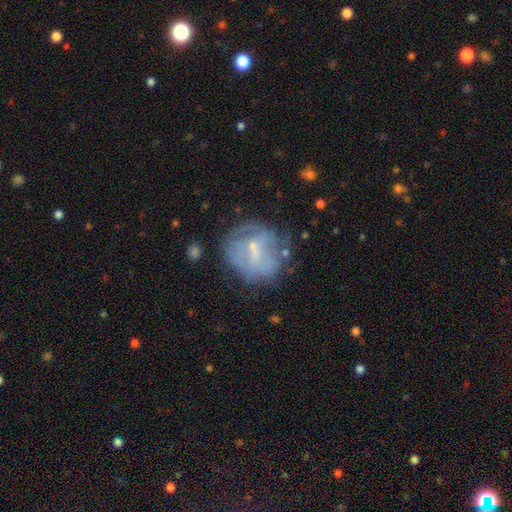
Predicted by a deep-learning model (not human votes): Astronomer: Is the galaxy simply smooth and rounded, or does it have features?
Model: featured or disk — 60%.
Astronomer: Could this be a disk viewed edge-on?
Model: no — 97%.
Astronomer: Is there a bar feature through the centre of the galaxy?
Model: weak — 44% (runner-up: no, 43%).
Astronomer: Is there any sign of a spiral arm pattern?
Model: no — 51% (runner-up: yes, 49%).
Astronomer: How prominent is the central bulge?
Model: small — 67%.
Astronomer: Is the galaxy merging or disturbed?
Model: none — 53%.